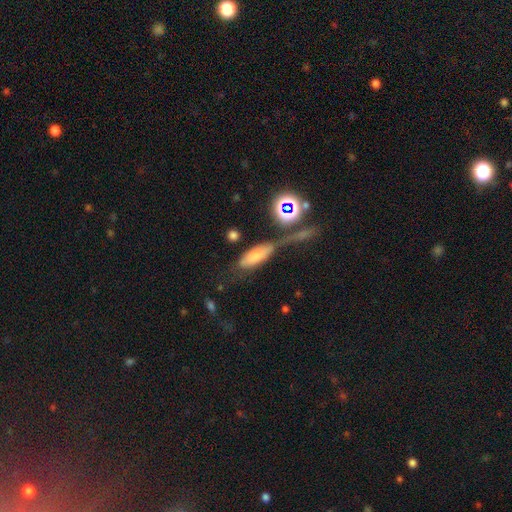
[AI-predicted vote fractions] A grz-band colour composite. It shows a smooth galaxy with no disk features (69%) that is in between round and cigar-shaped (67%). Merging: none (49%).